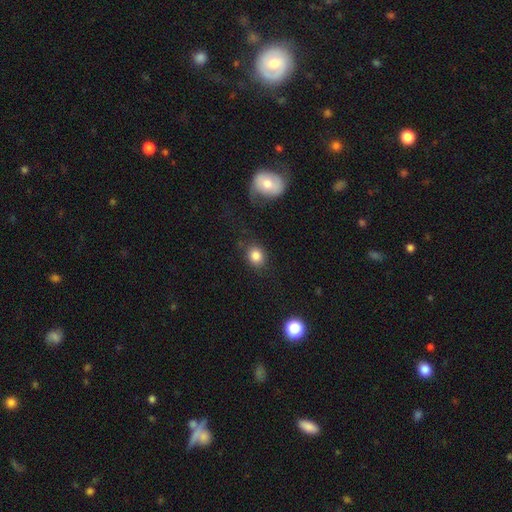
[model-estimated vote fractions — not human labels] A smooth galaxy with no disk features (84%) that is round (64%). Merging: none (75%).